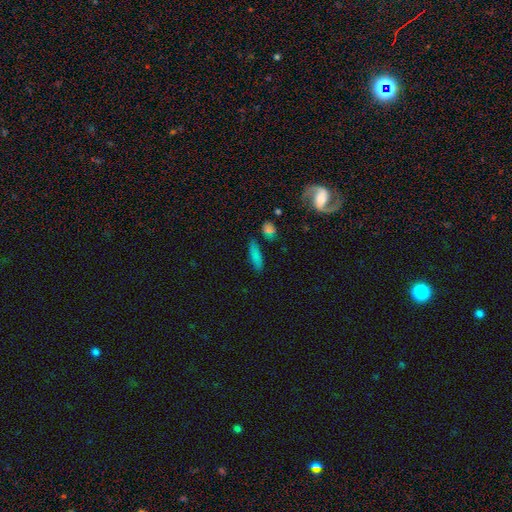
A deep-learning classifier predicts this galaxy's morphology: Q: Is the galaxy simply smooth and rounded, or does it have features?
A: smooth — 77%.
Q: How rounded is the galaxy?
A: cigar-shaped — 61%.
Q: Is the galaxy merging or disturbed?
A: none — 77%.